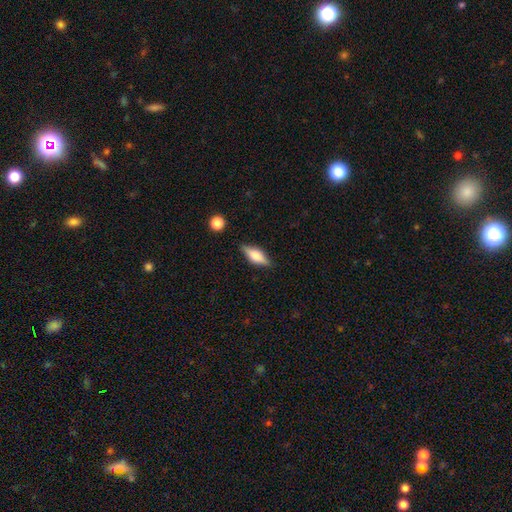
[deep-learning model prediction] smooth 54%, featured or disk 39%, star or artifact 7%. Down the decision tree: how rounded — in between (62%); merging — none (84%).